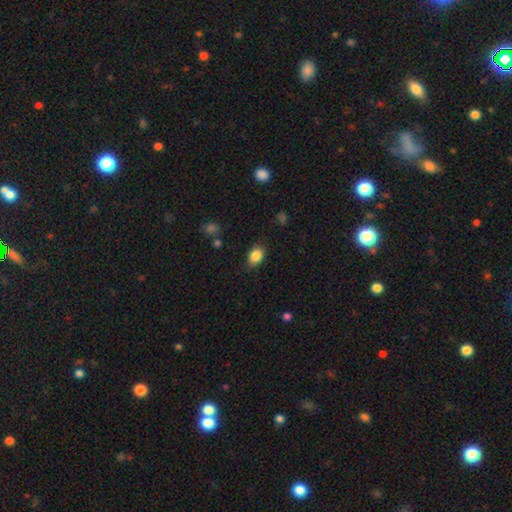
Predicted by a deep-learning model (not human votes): Smooth or featured? smooth (85%)
How rounded? in between (73%)
Merging? none (81%)